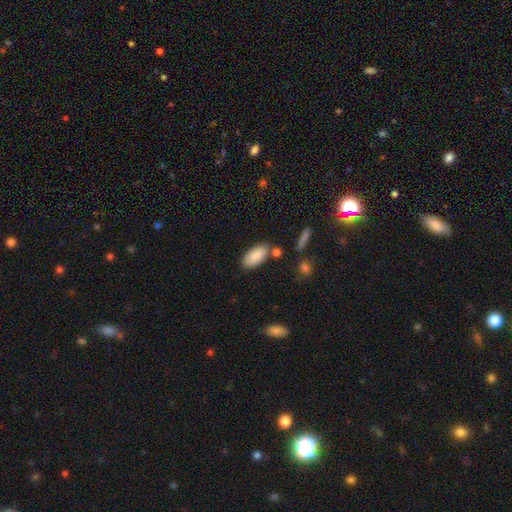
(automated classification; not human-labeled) Morphology: type=smooth (88%); roundness=in between (92%); merging=none (77%).